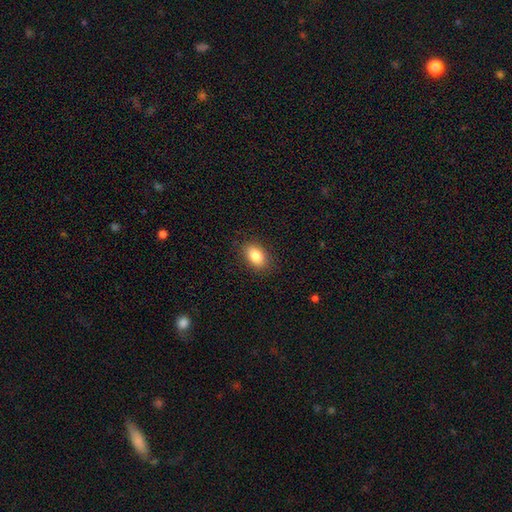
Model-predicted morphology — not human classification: A smooth galaxy with no disk features (84%) that is in between round and cigar-shaped (87%).

Vote fractions:
- Smooth or featured? smooth: 84% / star or artifact: 8% / featured or disk: 8%
- How rounded? in between: 87% / round: 11% / cigar-shaped: 2%
- Merging? none: 87% / minor disturbance: 9% / major disturbance: 3% / merger: 1%